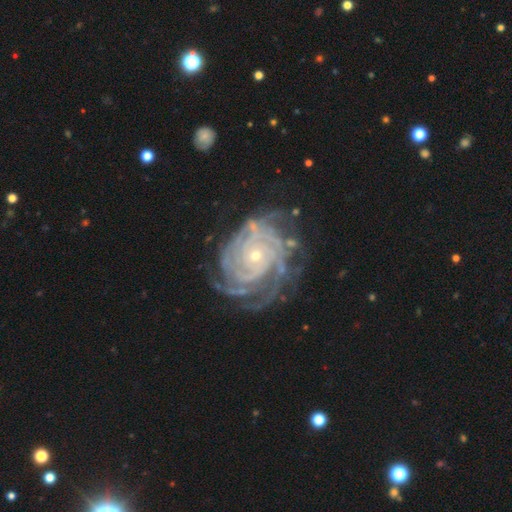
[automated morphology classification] Q: Smooth or featured?
A: featured or disk (91%); runner-up: star or artifact (6%)
Q: Edge-on disk?
A: no (97%); runner-up: yes (3%)
Q: Bar?
A: no (77%); runner-up: weak (16%)
Q: Spiral arms?
A: yes (98%); runner-up: no (2%)
Q: Spiral winding?
A: tight (81%); runner-up: medium (16%)
Q: Spiral arm count?
A: 4 (24%); tied with: more than 4 (24%)
Q: Bulge size?
A: small (72%); runner-up: moderate (24%)
Q: Merging?
A: none (67%); runner-up: minor disturbance (20%)